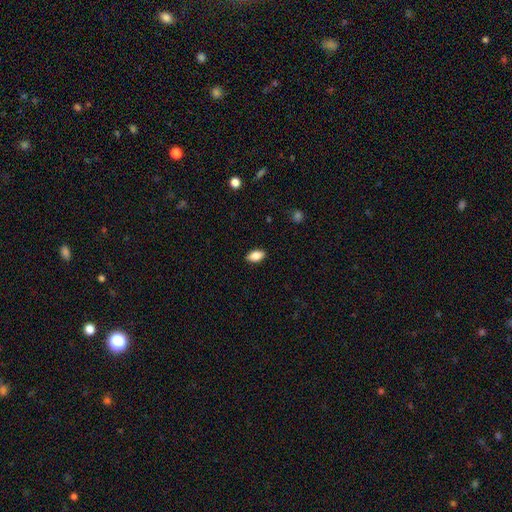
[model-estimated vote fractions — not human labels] Smooth or featured?
  - smooth: 84% *
  - featured or disk: 9%
  - star or artifact: 7%
How rounded?
  - in between: 91% *
  - round: 5%
  - cigar-shaped: 5%
Merging?
  - none: 88% *
  - minor disturbance: 9%
  - major disturbance: 2%
  - merger: 1%